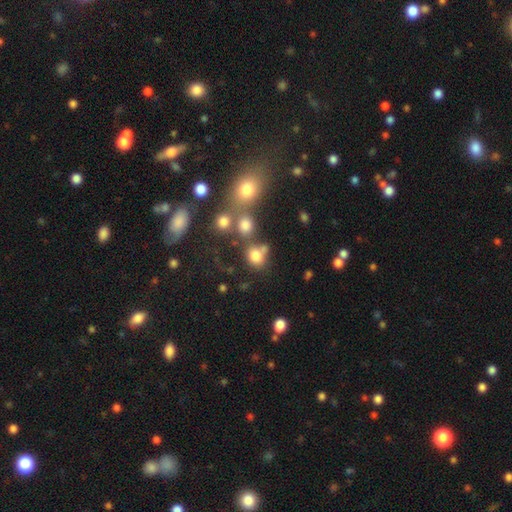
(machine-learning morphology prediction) The model was most divided on "merging": none: 50%, merger: 27%, minor disturbance: 14%, major disturbance: 9%. More confident: smooth or featured — smooth (76%); how rounded — round (63%).